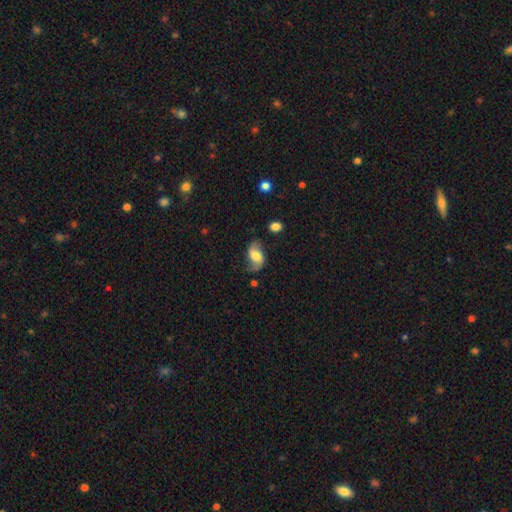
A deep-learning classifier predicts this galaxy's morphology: This appears to be a featured or disk galaxy (46%, tied with smooth). Merging: none (55%).